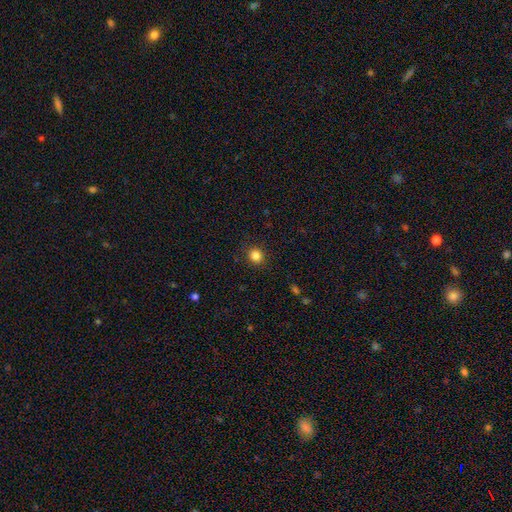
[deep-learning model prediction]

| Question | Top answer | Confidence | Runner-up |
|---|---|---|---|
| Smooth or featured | smooth | 84% | star or artifact (12%) |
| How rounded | round | 86% | in between (13%) |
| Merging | none | 90% | minor disturbance (7%) |